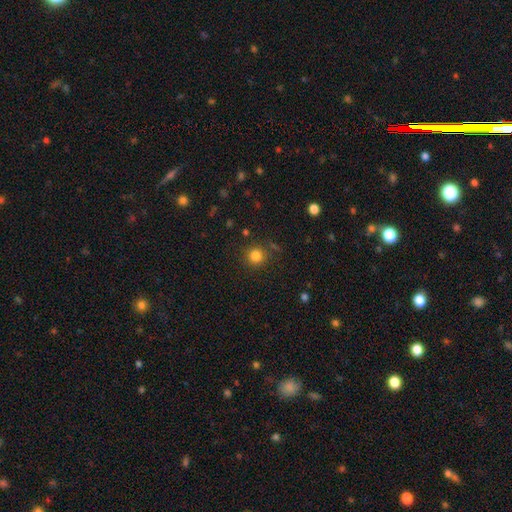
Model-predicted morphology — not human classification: type=smooth (83%); roundness=round (92%); merging=none (85%).